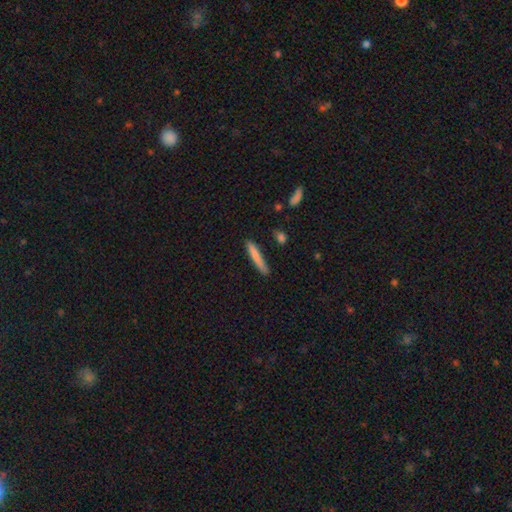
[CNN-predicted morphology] Smooth or featured? smooth (78%)
How rounded? cigar-shaped (94%)
Merging? none (82%)